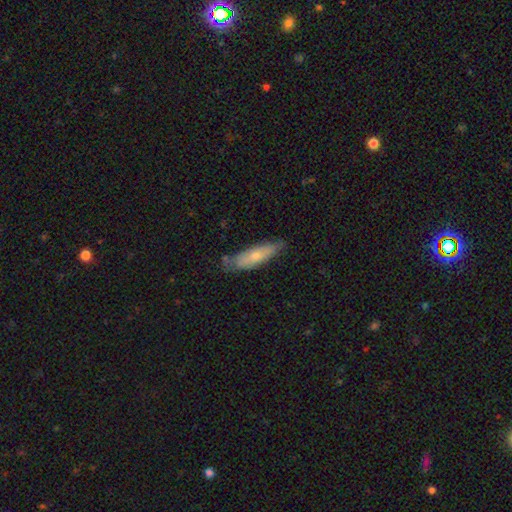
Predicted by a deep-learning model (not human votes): Smooth or featured? smooth (61%)
How rounded? cigar-shaped (62%)
Merging? none (70%)